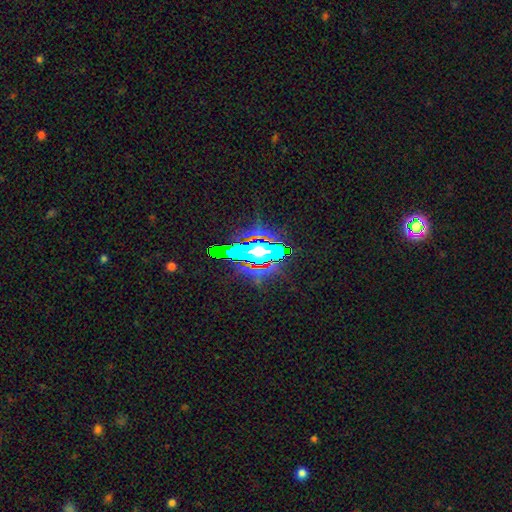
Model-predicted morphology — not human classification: smooth_or_featured: star or artifact (p=0.65) [alt: featured or disk p=0.18]